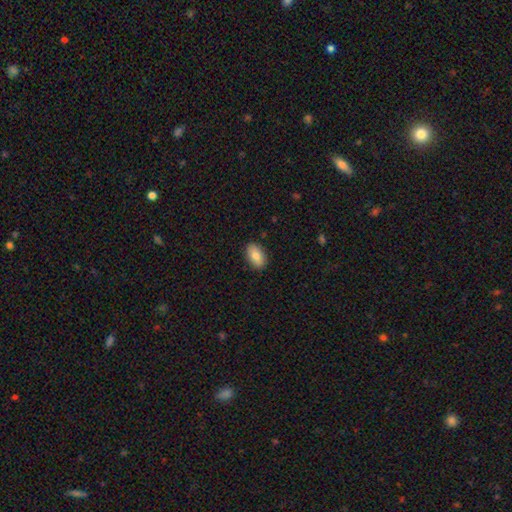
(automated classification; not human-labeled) Smooth or featured?
  - smooth: 82% *
  - featured or disk: 11%
  - star or artifact: 7%
How rounded?
  - in between: 91% *
  - round: 7%
  - cigar-shaped: 2%
Merging?
  - none: 88% *
  - minor disturbance: 9%
  - major disturbance: 2%
  - merger: 1%